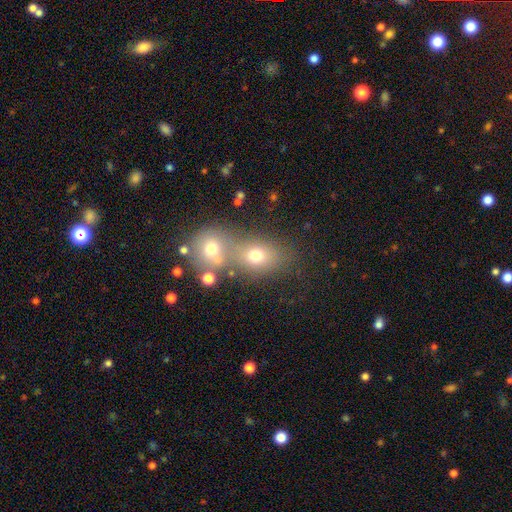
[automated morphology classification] Smooth or featured? Predicted: smooth (p=0.70). How rounded? Predicted: round (p=0.54). Merging? Predicted: merger (p=0.52).